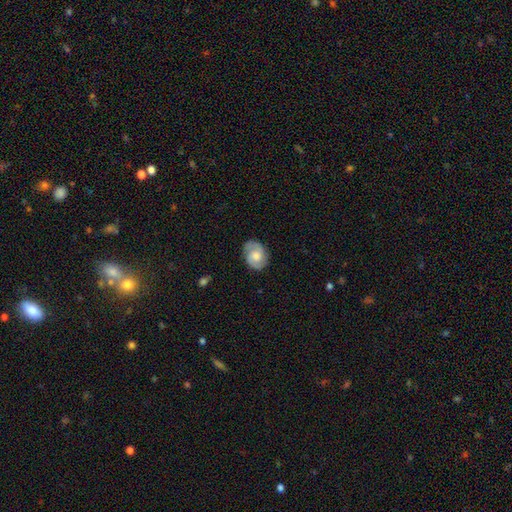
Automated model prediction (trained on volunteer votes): This is likely a featured or disk galaxy (65%). It is clearly not viewed edge-on (97%). Bar: likely no (61%). Spiral arm pattern: clearly yes (93%). Spiral arm count: clearly 2 (84%). Spiral winding: possibly medium (47%). Central bulge: possibly moderate (45%). Merging: likely none (78%).